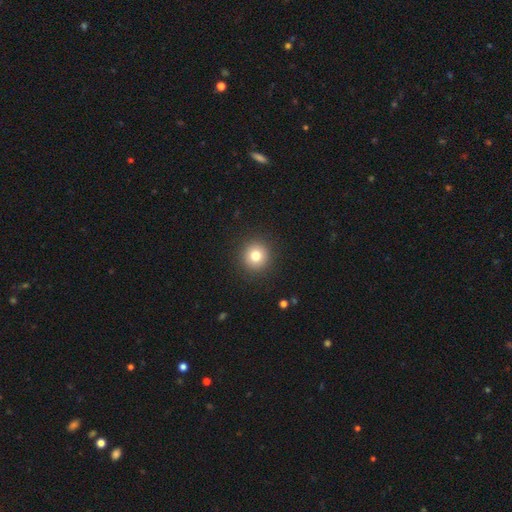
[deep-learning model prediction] This appears to be a smooth galaxy with no disk features (80%) that is round (95%). Merging: none (92%).